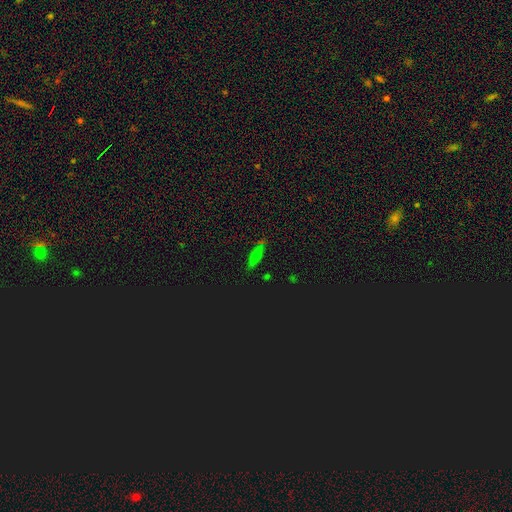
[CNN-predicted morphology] A smooth galaxy with no disk features (52%) that is cigar-shaped (55%). Merging: none (81%).